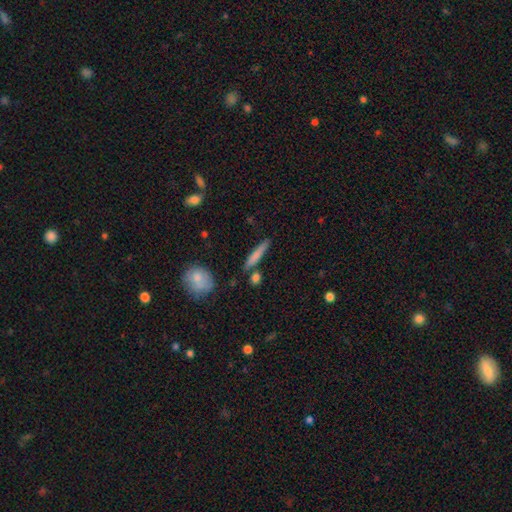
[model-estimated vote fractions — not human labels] Smooth or featured?
  - smooth: 70% *
  - featured or disk: 24%
  - star or artifact: 6%
How rounded?
  - cigar-shaped: 90% *
  - in between: 8%
  - round: 3%
Merging?
  - none: 78% *
  - minor disturbance: 11%
  - merger: 8%
  - major disturbance: 3%